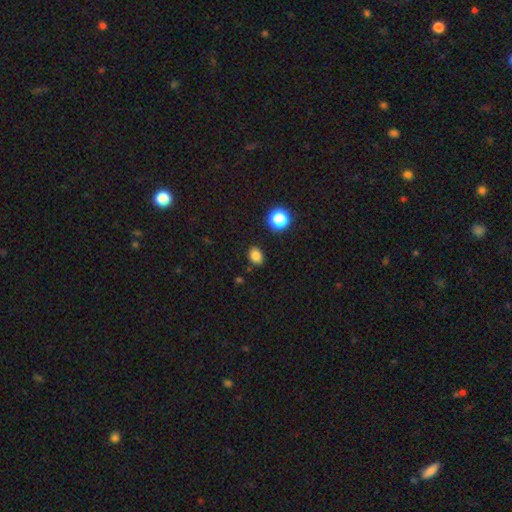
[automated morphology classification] smooth 82%, star or artifact 13%, featured or disk 5%. Down the decision tree: how rounded — in between (66%); merging — none (84%).